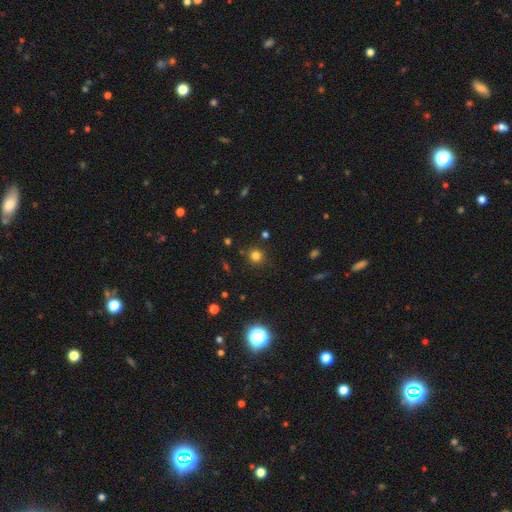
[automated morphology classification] Smooth or featured: smooth — 78% (star or artifact — 17%)
How rounded: round — 91% (in between — 8%)
Merging: none — 87% (minor disturbance — 8%)